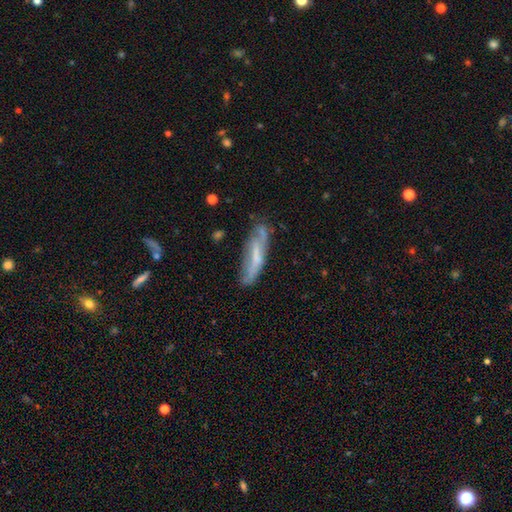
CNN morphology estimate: A featured or disk galaxy (51%).

Vote fractions:
- Smooth or featured? featured or disk: 51% / smooth: 41% / star or artifact: 8%
- Edge-on disk? no: 54% / yes: 46%
- Merging? none: 61% / minor disturbance: 26% / major disturbance: 10% / merger: 4%